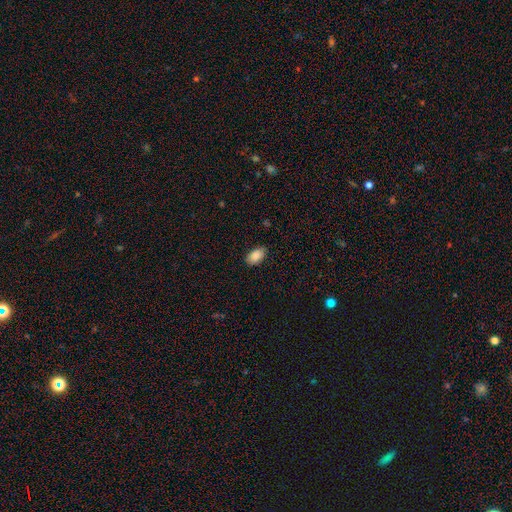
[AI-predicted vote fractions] Q: Smooth or featured?
A: smooth (88%); runner-up: star or artifact (7%)
Q: How rounded?
A: in between (93%); runner-up: round (5%)
Q: Merging?
A: none (83%); runner-up: minor disturbance (13%)